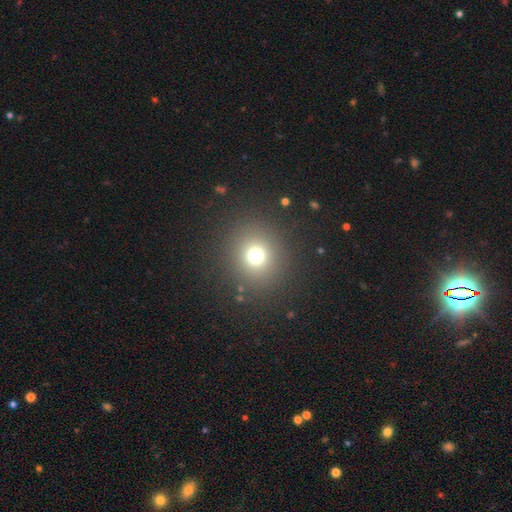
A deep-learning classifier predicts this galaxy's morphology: Smooth or featured: smooth — 71% (star or artifact — 21%)
How rounded: round — 89% (in between — 10%)
Merging: none — 88% (minor disturbance — 6%)